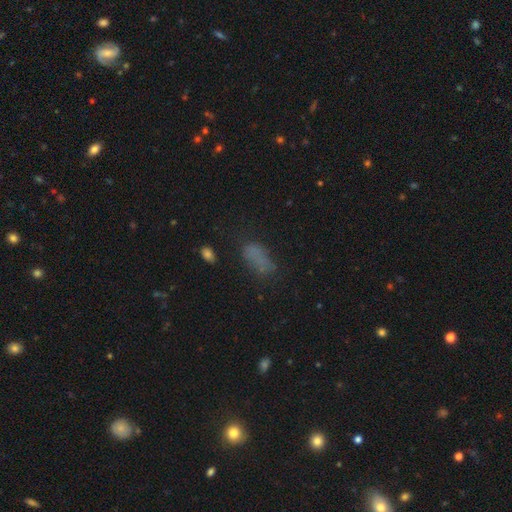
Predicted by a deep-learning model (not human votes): smooth_or_featured: smooth (p=0.67) [alt: star or artifact p=0.20]
how_rounded: in between (p=0.81) [alt: cigar-shaped p=0.14]
merging: none (p=0.57) [alt: minor disturbance p=0.23]